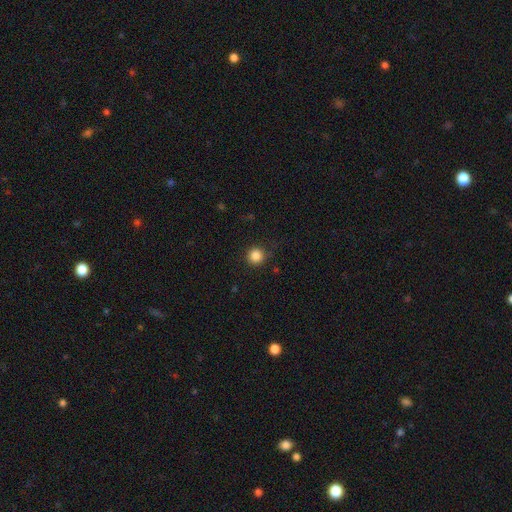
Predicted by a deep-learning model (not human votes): A smooth galaxy with no disk features (86%) that is round (95%). Merging: none (88%).